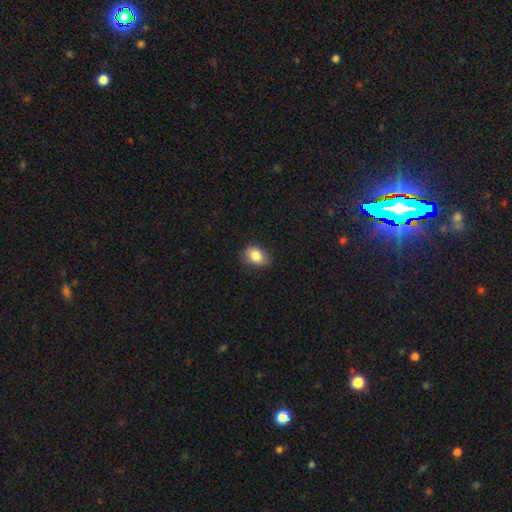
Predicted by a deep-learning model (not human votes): smooth-or-featured: smooth: 84% | star or artifact: 9% | featured or disk: 7%
  how-rounded: in between: 64% | round: 34% | cigar-shaped: 1%
  merging: none: 77% | minor disturbance: 19% | major disturbance: 3% | merger: 1%